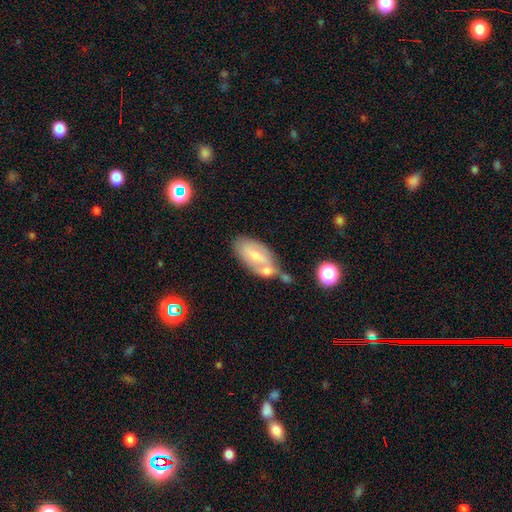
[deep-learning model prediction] Smooth or featured: smooth — 51% (featured or disk — 41%)
How rounded: in between — 90% (cigar-shaped — 6%)
Merging: merger — 40% (none — 35%)